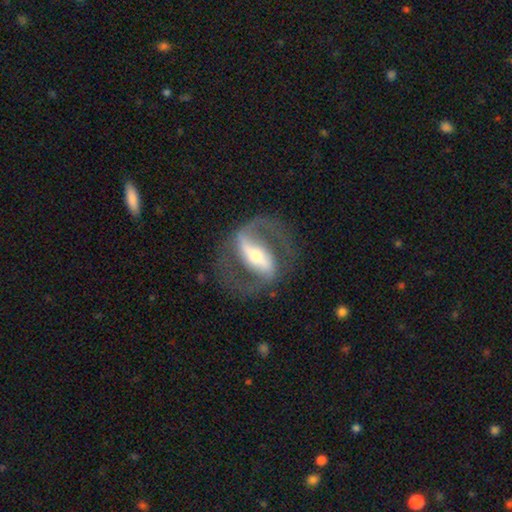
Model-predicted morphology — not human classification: featured or disk 89%, smooth 7%, star or artifact 4%. Down the decision tree: edge-on disk — no (93%); bar — strong (72%); spiral arms — yes (92%); spiral arm count — 2 (90%); spiral winding — medium (55%); bulge size — moderate (56%); merging — none (76%).